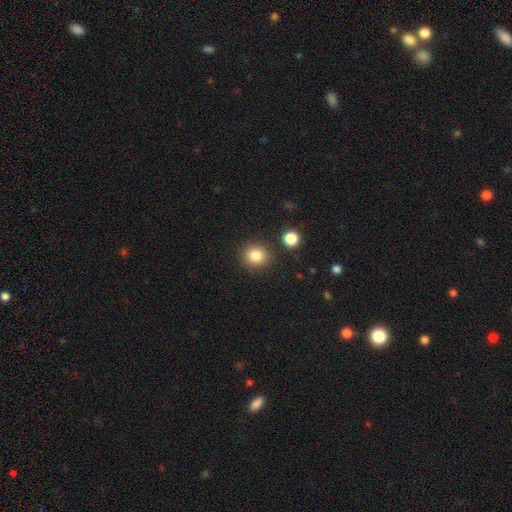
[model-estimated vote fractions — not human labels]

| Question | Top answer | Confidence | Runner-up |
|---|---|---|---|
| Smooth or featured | smooth | 83% | star or artifact (11%) |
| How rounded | round | 86% | in between (13%) |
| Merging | none | 86% | minor disturbance (7%) |